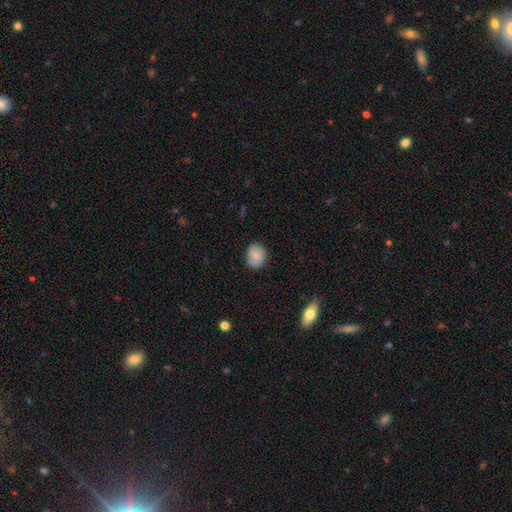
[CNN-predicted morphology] smooth_or_featured: smooth (p=0.65) [alt: featured or disk p=0.27]
how_rounded: round (p=0.64) [alt: in between p=0.34]
merging: none (p=0.82) [alt: minor disturbance p=0.13]